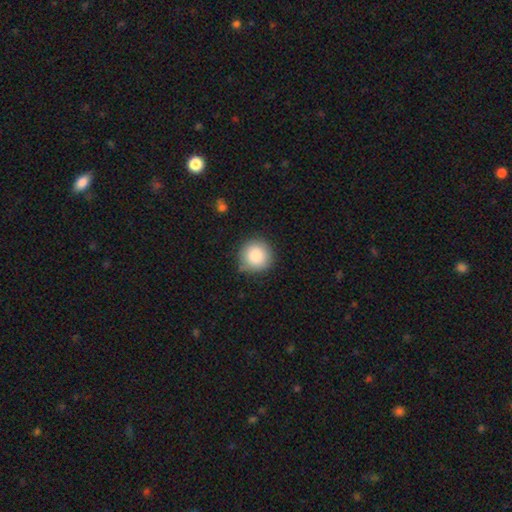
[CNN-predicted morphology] The model was most divided on "merging": none: 80%, minor disturbance: 15%, major disturbance: 3%, merger: 2%. More confident: how rounded — round (94%); smooth or featured — smooth (86%).